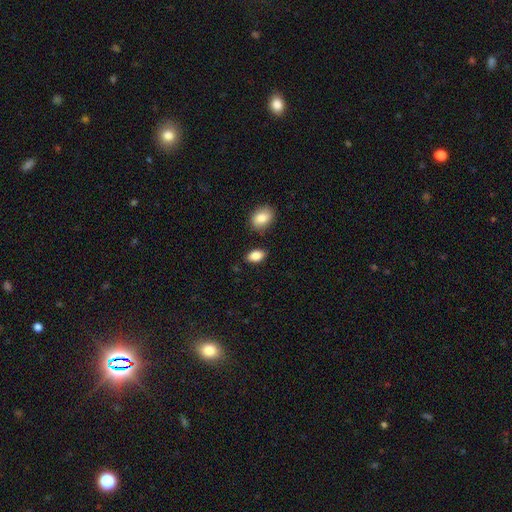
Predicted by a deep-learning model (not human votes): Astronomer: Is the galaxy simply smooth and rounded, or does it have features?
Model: smooth — 86%.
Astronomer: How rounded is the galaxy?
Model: in between — 90%.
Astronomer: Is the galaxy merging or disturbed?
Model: none — 82%.